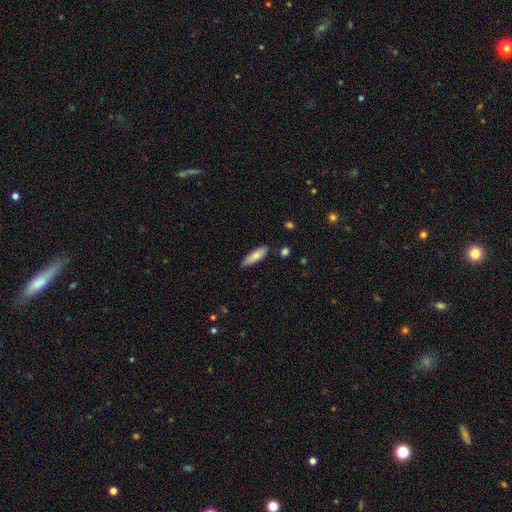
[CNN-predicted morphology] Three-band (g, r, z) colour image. It shows a smooth galaxy with no disk features (79%) that is cigar-shaped (50%). Merging: none (84%).